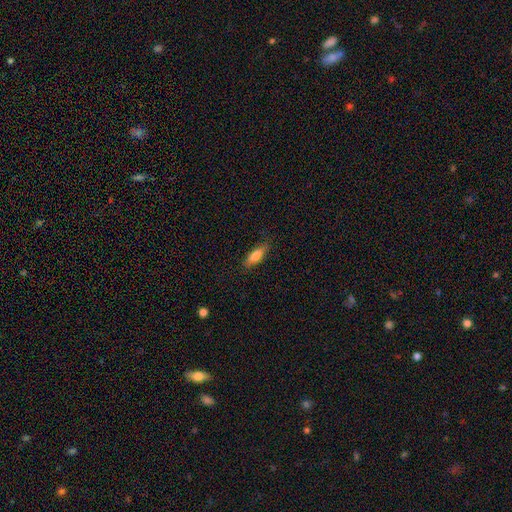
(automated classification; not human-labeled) This appears to be a smooth galaxy with no disk features (76%) that is in between round and cigar-shaped (51%). Merging: none (84%).